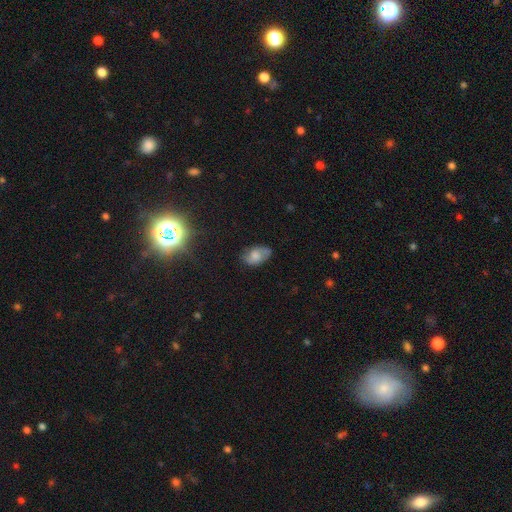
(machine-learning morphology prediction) The model was most divided on "smooth or featured": smooth: 56%, featured or disk: 33%, star or artifact: 10%. More confident: how rounded — in between (89%); merging — none (68%).